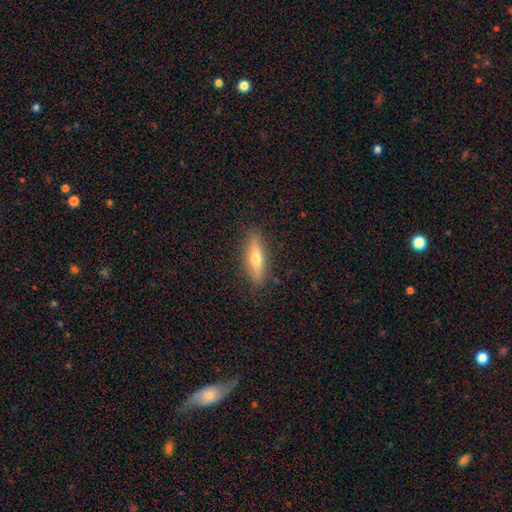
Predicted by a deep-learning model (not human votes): smooth_or_featured: smooth (p=0.52) [alt: featured or disk p=0.41]
how_rounded: cigar-shaped (p=0.67) [alt: in between p=0.31]
merging: none (p=0.88) [alt: minor disturbance p=0.09]